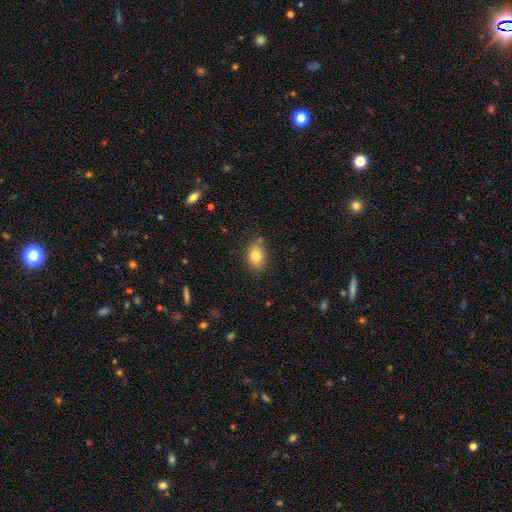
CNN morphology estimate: A smooth galaxy with no disk features (81%) that is in between round and cigar-shaped (73%). Merging: none (80%).